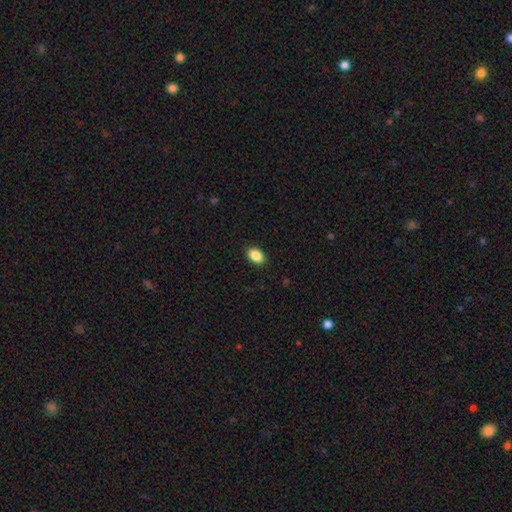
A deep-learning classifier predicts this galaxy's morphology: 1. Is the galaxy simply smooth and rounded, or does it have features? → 88% smooth, 8% star or artifact, 4% featured or disk.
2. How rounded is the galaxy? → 84% in between, 14% round, 1% cigar-shaped.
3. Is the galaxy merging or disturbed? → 90% none, 8% minor disturbance, 2% major disturbance, 1% merger.